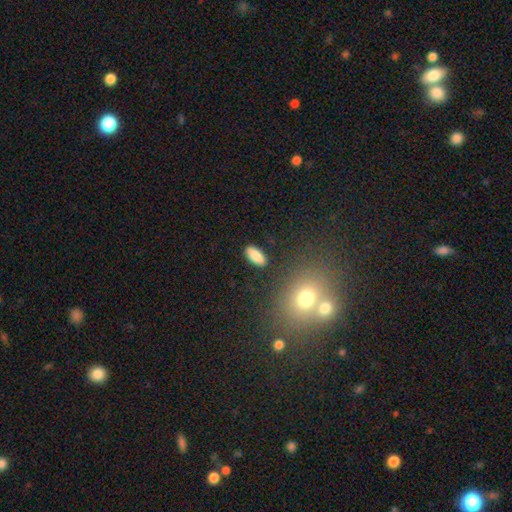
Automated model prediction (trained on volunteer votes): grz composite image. It shows a smooth galaxy with no disk features (85%) that is in between round and cigar-shaped (87%). Merging: none (87%).